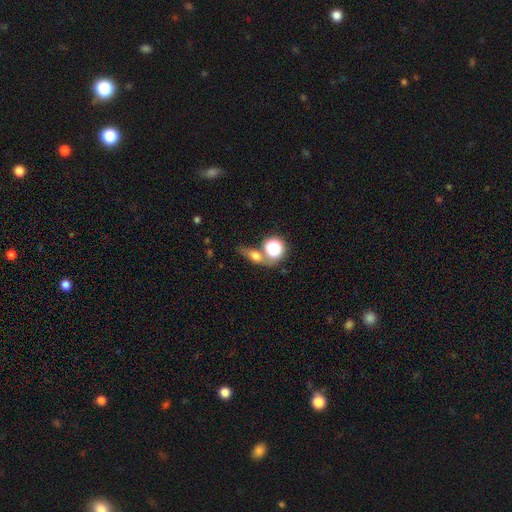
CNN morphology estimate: The model was most divided on "how rounded": in between: 47%, round: 37%, cigar-shaped: 15%. More confident: smooth or featured — smooth (61%); merging — none (52%).